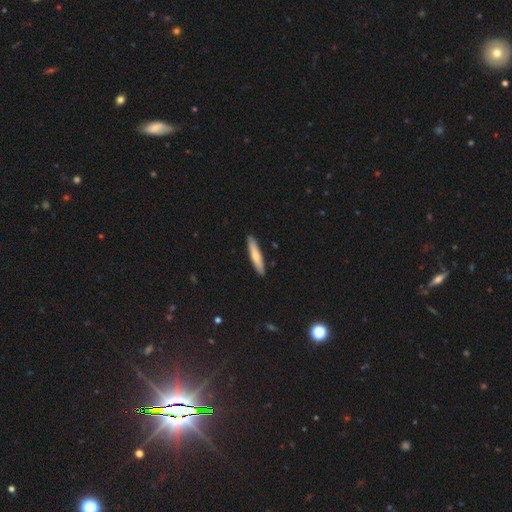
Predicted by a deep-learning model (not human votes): Smooth or featured?
  - smooth: 66% *
  - featured or disk: 28%
  - star or artifact: 5%
How rounded?
  - cigar-shaped: 90% *
  - in between: 9%
  - round: 1%
Merging?
  - none: 90% *
  - minor disturbance: 7%
  - major disturbance: 1%
  - merger: 1%